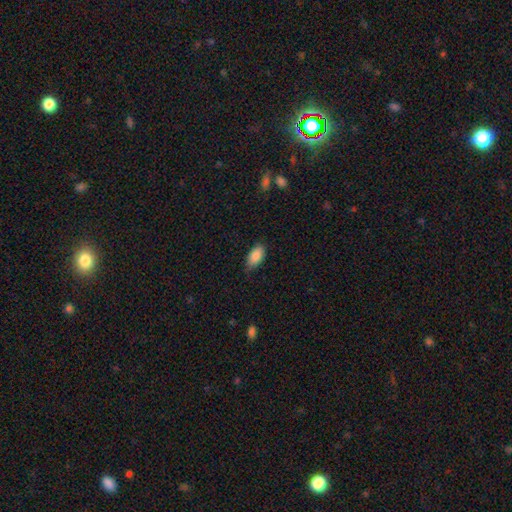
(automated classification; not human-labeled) Overall: smooth (88%). How rounded: in between (93%). Merging: none (77%).